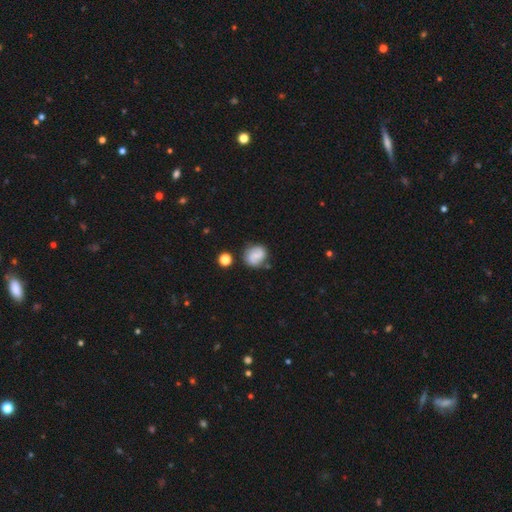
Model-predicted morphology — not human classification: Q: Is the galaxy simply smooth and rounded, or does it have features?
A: smooth — 53%.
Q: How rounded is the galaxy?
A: round — 73%.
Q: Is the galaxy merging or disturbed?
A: none — 70%.